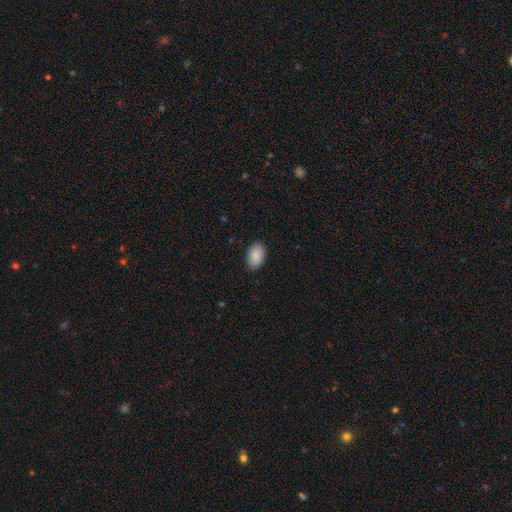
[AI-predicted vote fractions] The model was most divided on "merging": none: 88%, minor disturbance: 9%, major disturbance: 2%, merger: 1%. More confident: how rounded — in between (91%); smooth or featured — smooth (89%).